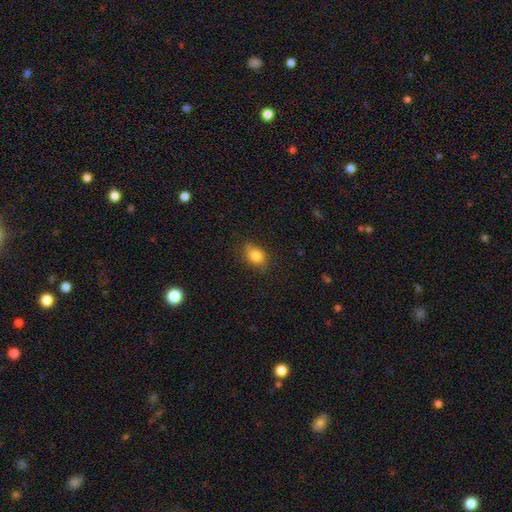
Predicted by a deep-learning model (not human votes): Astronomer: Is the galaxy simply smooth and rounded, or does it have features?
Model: smooth — 82%.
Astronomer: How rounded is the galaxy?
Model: in between — 71%.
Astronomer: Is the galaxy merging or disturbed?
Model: none — 76%.